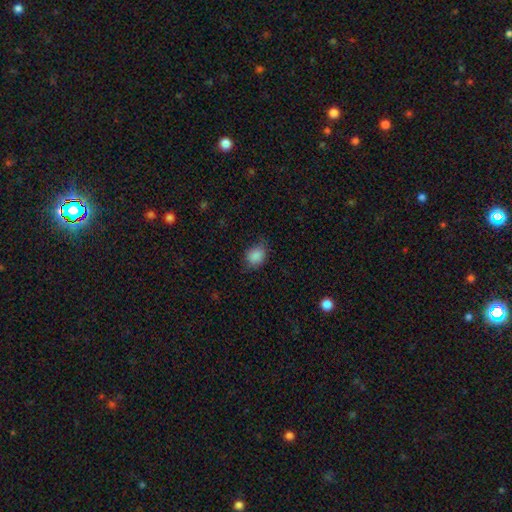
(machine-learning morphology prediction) This is clearly a smooth galaxy (86%). How rounded: possibly in between (53%). Merging: likely none (68%).